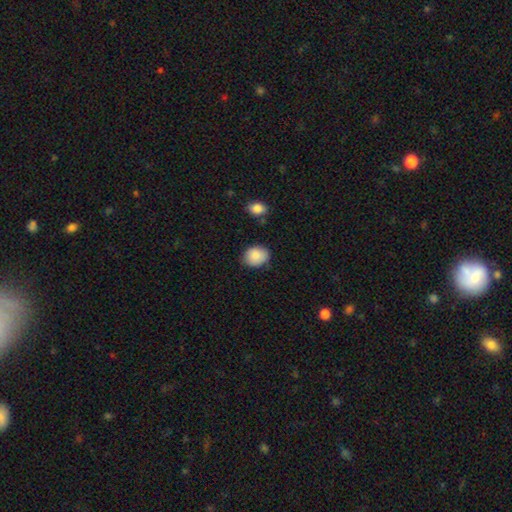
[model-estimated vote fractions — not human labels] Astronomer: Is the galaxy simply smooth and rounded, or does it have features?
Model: smooth — 88%.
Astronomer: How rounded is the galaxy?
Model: in between — 55% (runner-up: round, 44%).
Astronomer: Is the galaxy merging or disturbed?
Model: none — 80%.